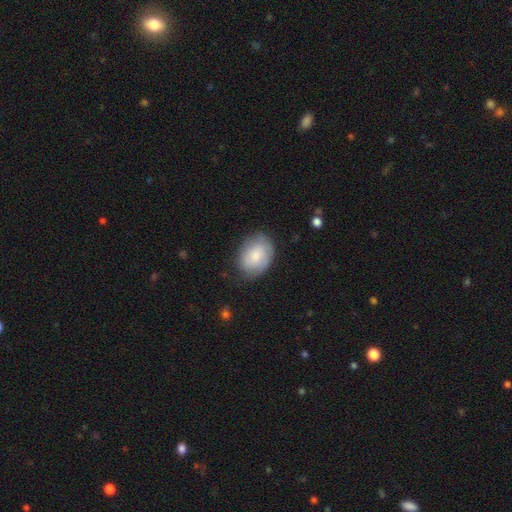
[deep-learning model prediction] This is likely a smooth galaxy (75%). How rounded: likely in between (72%). Merging: likely none (71%).